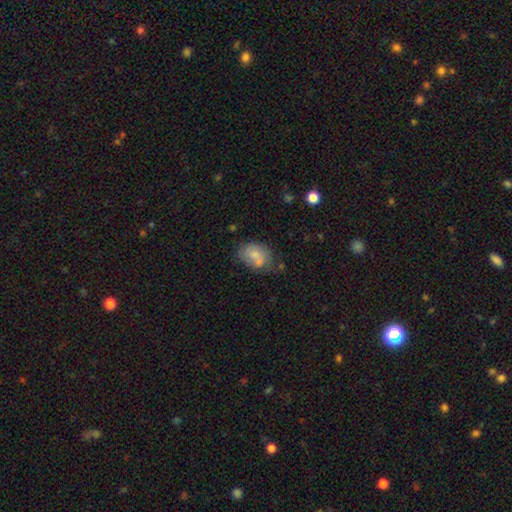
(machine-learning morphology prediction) A smooth galaxy with no disk features (69%) that is in between round and cigar-shaped (72%). Merging: none (43%).